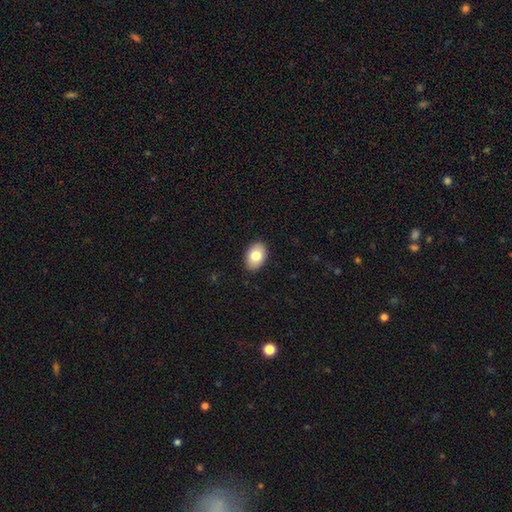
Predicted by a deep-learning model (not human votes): This appears to be a smooth galaxy with no disk features (81%) that is in between round and cigar-shaped (87%). Merging: none (89%).